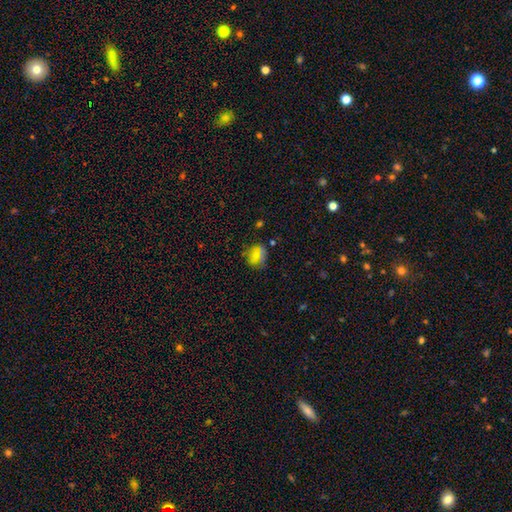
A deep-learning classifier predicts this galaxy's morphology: Smooth or featured? Predicted: smooth (p=0.63). How rounded? Predicted: round (p=0.69). Merging? Predicted: none (p=0.75).